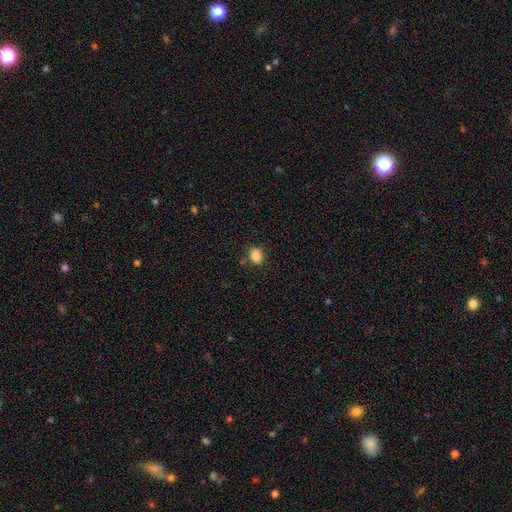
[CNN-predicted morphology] Smooth or featured?
  - smooth: 86% *
  - star or artifact: 10%
  - featured or disk: 4%
How rounded?
  - in between: 63% *
  - round: 36%
  - cigar-shaped: 1%
Merging?
  - none: 78% *
  - minor disturbance: 14%
  - merger: 5%
  - major disturbance: 4%